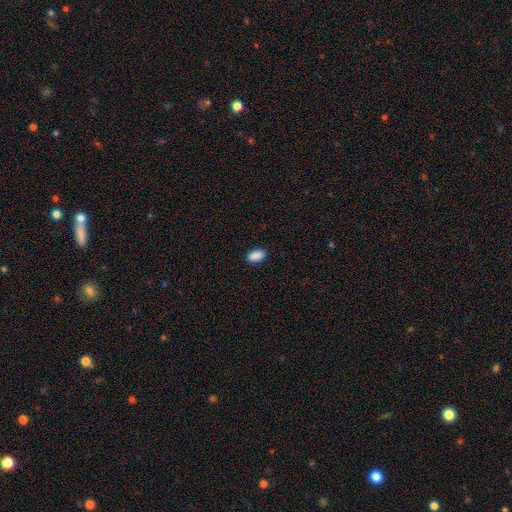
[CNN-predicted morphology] Smooth or featured? smooth (90%)
How rounded? in between (92%)
Merging? none (88%)